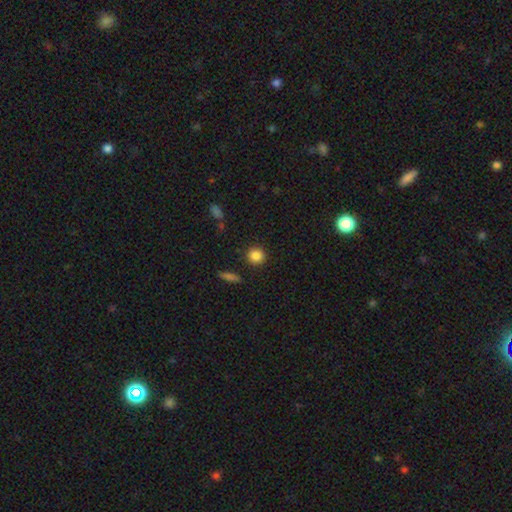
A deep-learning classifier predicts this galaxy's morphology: Smooth or featured? Predicted: smooth (p=0.85). How rounded? Predicted: round (p=0.90). Merging? Predicted: none (p=0.90).